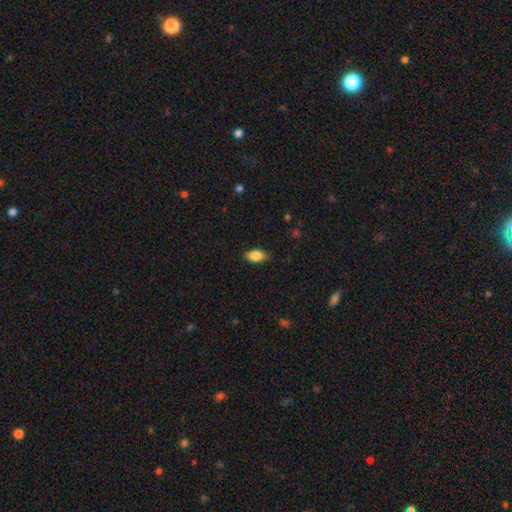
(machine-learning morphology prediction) A smooth galaxy with no disk features (82%) that is in between round and cigar-shaped (89%).

Vote fractions:
- Smooth or featured? smooth: 82% / featured or disk: 11% / star or artifact: 7%
- How rounded? in between: 89% / cigar-shaped: 8% / round: 3%
- Merging? none: 87% / minor disturbance: 10% / major disturbance: 2% / merger: 1%